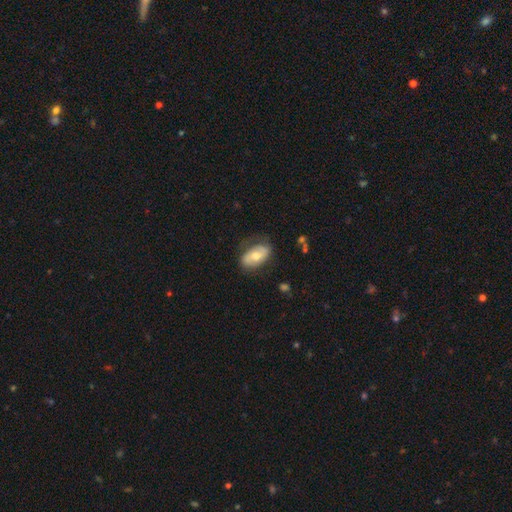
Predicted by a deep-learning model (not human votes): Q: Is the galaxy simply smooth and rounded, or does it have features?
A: smooth — 54%.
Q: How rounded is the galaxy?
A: in between — 92%.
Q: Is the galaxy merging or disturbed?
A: none — 67%.